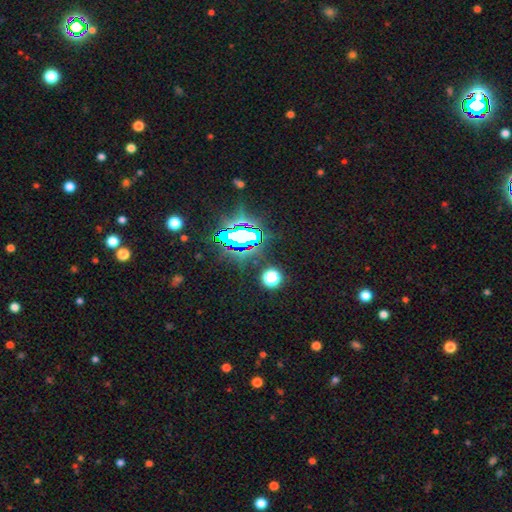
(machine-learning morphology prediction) Overall: star or artifact (83%).